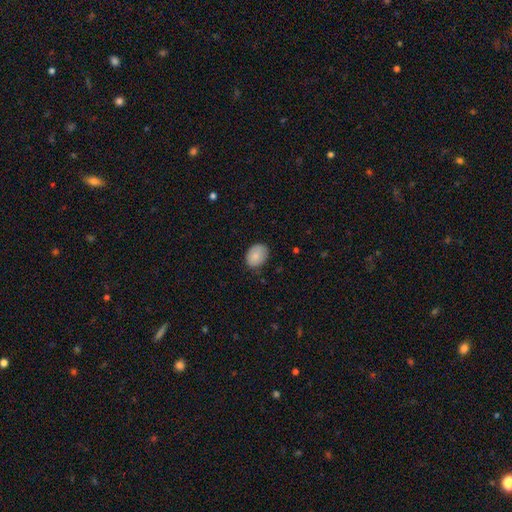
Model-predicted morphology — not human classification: The model was most divided on "how rounded": in between: 70%, round: 29%, cigar-shaped: 1%. More confident: smooth or featured — smooth (83%); merging — none (76%).